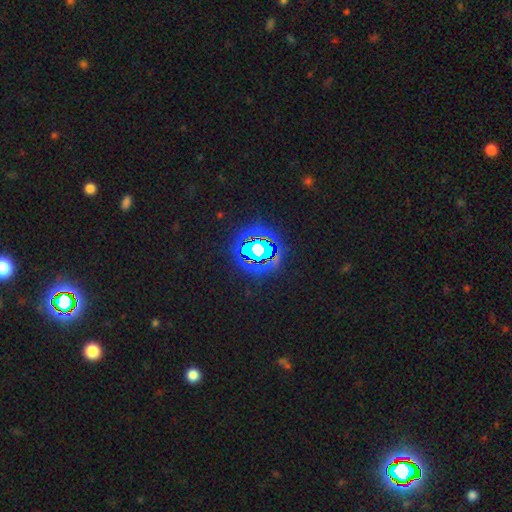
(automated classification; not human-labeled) smooth_or_featured: star or artifact (p=0.76) [alt: smooth p=0.15]